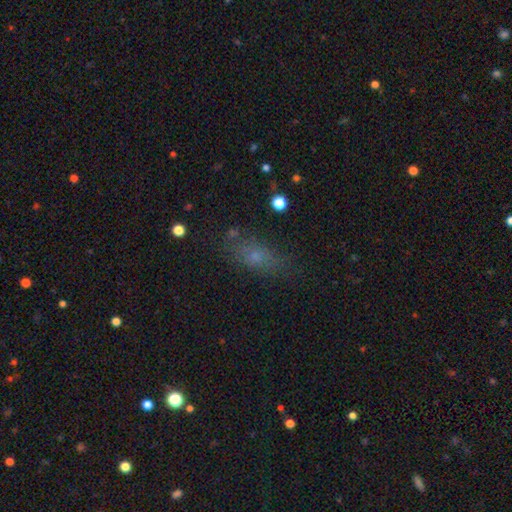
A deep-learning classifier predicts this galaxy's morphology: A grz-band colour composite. It shows a smooth galaxy with no disk features (62%) that is in between round and cigar-shaped (69%). Merging: none (67%).